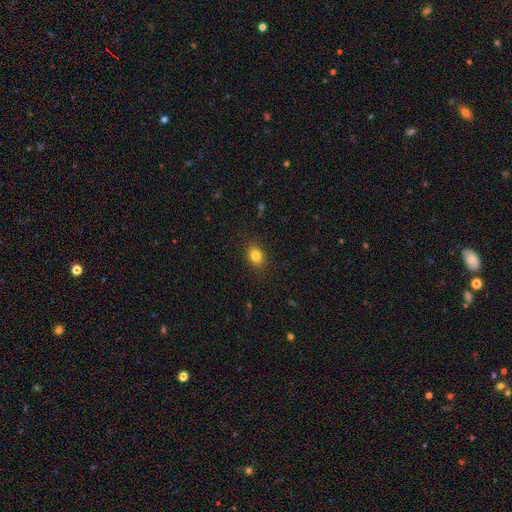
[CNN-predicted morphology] A smooth galaxy with no disk features (82%) that is in between round and cigar-shaped (64%). Merging: none (88%).